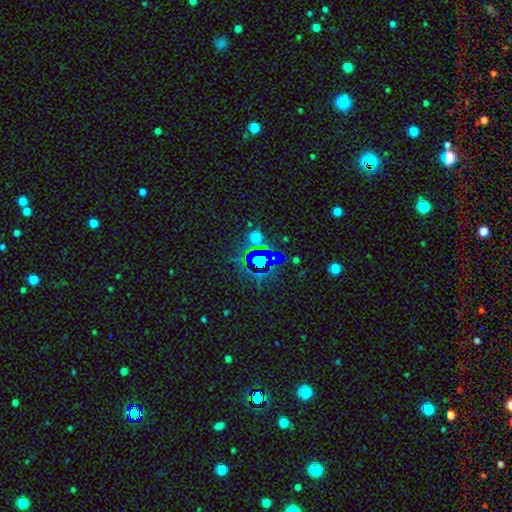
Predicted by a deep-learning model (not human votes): Smooth or featured? star or artifact (69%)